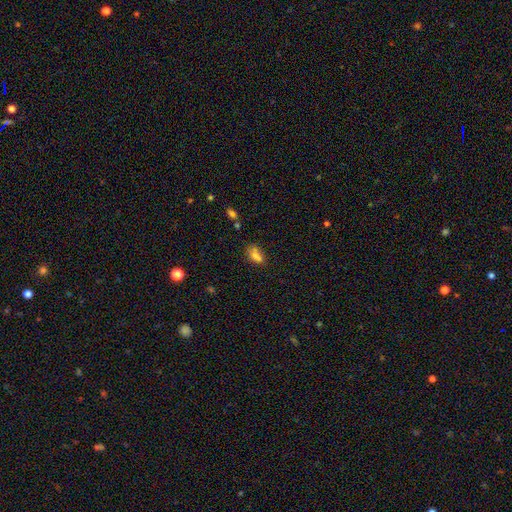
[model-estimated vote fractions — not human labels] Q: Smooth or featured?
A: smooth (69%); runner-up: star or artifact (17%)
Q: How rounded?
A: in between (76%); runner-up: round (19%)
Q: Merging?
A: none (48%); runner-up: merger (24%)